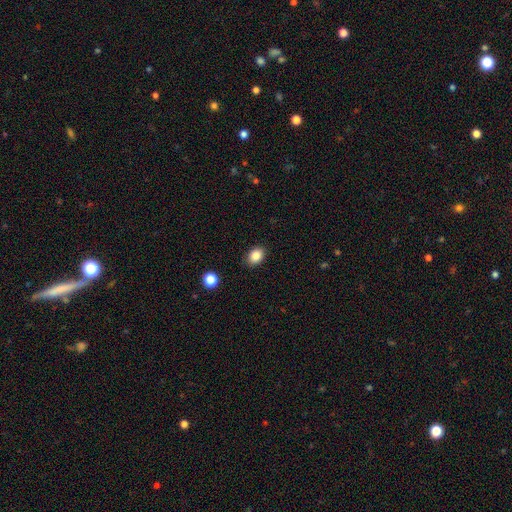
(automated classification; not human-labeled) Overall: smooth (86%). How rounded: in between (67%; round 32%). Merging: none (88%).